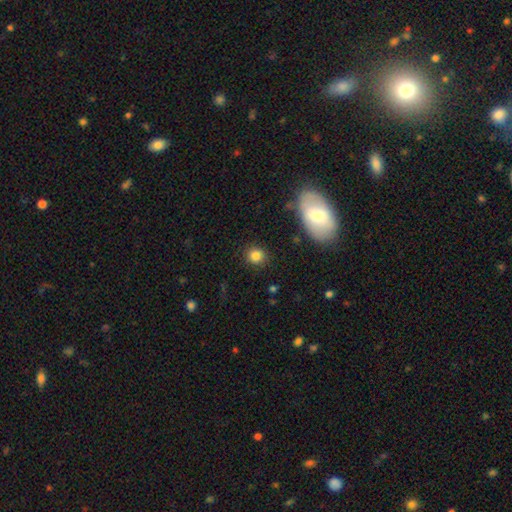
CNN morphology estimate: smooth-or-featured: smooth: 84% | star or artifact: 11% | featured or disk: 6%
  how-rounded: round: 86% | in between: 12% | cigar-shaped: 1%
  merging: none: 88% | minor disturbance: 8% | major disturbance: 3% | merger: 2%